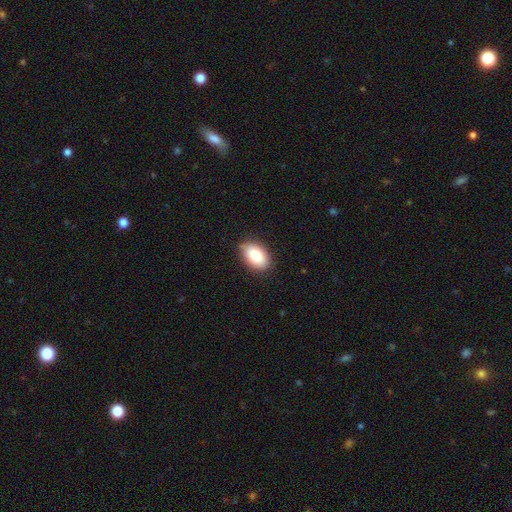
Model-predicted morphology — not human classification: A smooth galaxy with no disk features (86%) that is in between round and cigar-shaped (91%).

Vote fractions:
- Smooth or featured? smooth: 86% / featured or disk: 8% / star or artifact: 7%
- How rounded? in between: 91% / round: 7% / cigar-shaped: 2%
- Merging? none: 81% / minor disturbance: 16% / major disturbance: 3% / merger: 1%